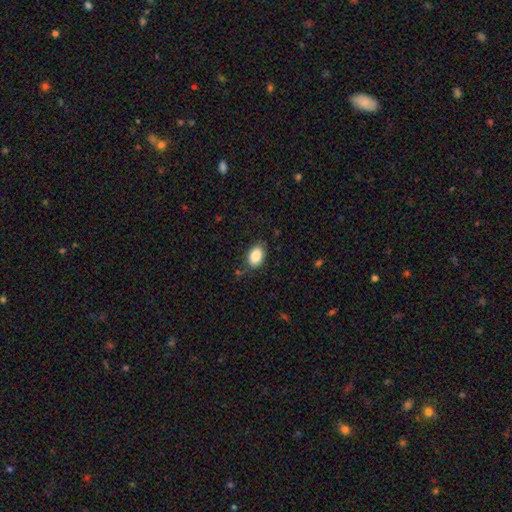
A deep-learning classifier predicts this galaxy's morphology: Q: Smooth or featured?
A: smooth (87%); runner-up: star or artifact (8%)
Q: How rounded?
A: in between (87%); runner-up: round (11%)
Q: Merging?
A: none (81%); runner-up: minor disturbance (15%)